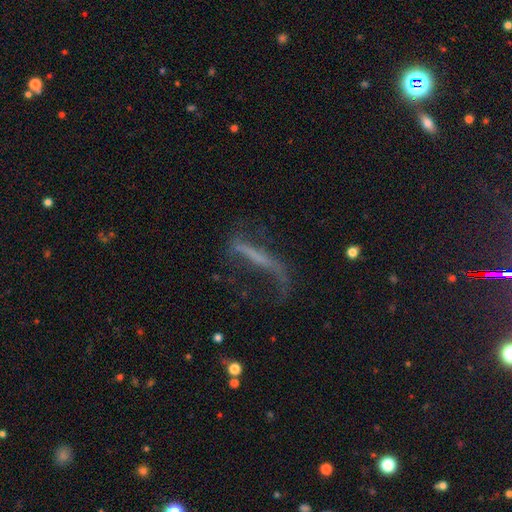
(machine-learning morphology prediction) This is possibly a featured or disk galaxy (58%). It is possibly not viewed edge-on (58%). Merging: marginally major disturbance (39%).